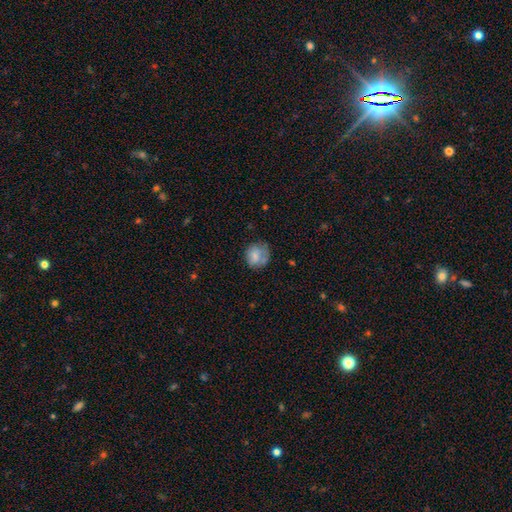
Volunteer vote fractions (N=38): Overall: smooth (68%). How rounded: round (85%). Merging: none (57%; minor disturbance 29%).